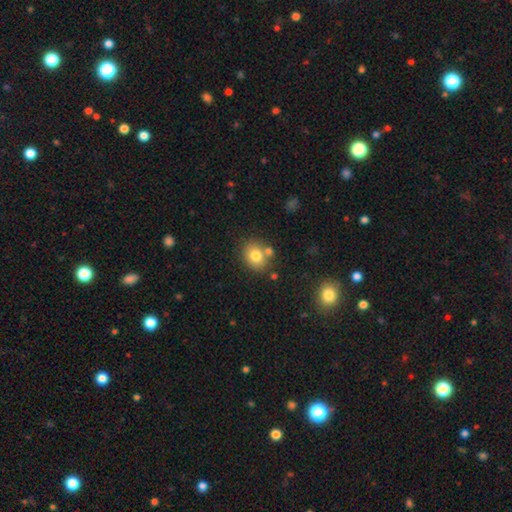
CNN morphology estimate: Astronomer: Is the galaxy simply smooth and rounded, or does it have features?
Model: smooth — 77%.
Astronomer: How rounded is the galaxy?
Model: round — 59% (runner-up: in between, 40%).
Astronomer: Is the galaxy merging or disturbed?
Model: none — 67%.